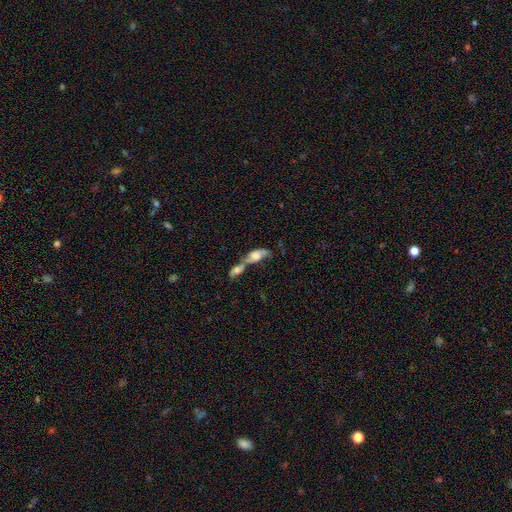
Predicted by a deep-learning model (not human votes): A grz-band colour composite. It shows a smooth galaxy with no disk features (48%). Merging: merger (76%).